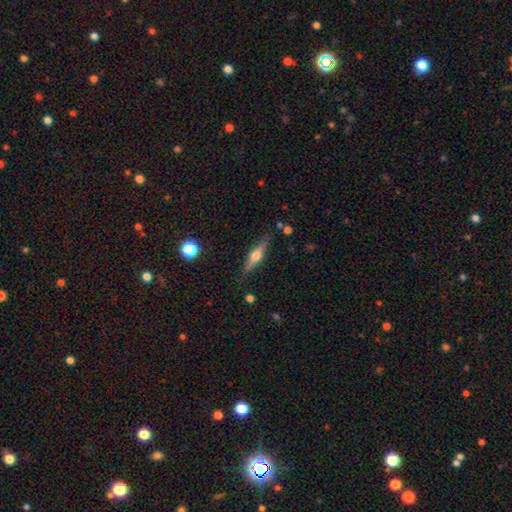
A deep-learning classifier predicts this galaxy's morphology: type=featured or disk (63%); edge-on=yes (95%); edge-on bulge=rounded (94%); merging=none (85%).